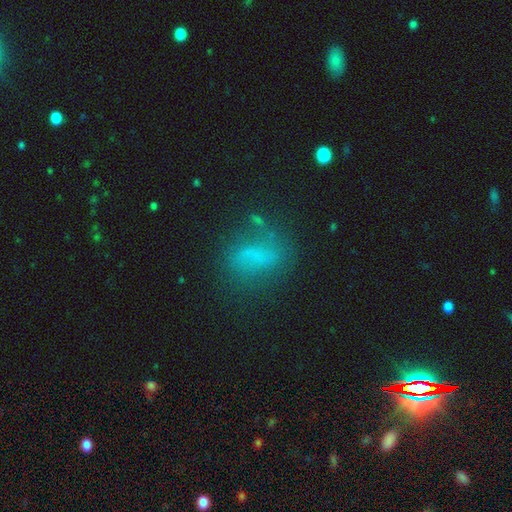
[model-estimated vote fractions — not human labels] smooth 48%, featured or disk 33%, star or artifact 18%. Down the decision tree: merging — none (57%).